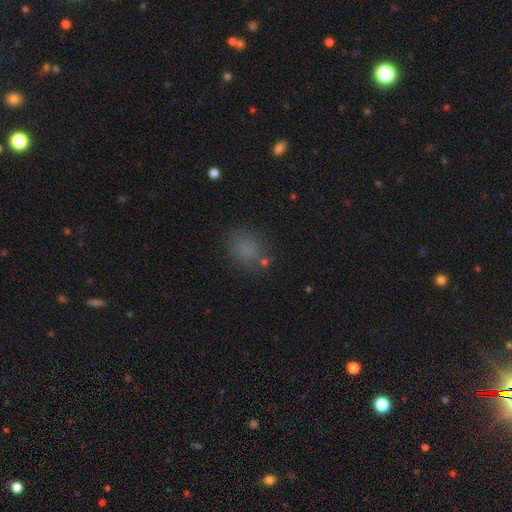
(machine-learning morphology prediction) Overall: smooth (76%). How rounded: round (54%; in between 44%). Merging: none (75%).